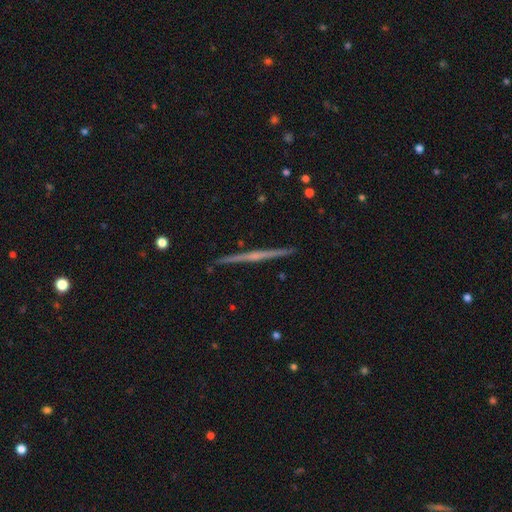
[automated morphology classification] A featured or disk galaxy (75%) viewed edge-on (99%) with no central bulge (57%).

Vote fractions:
- Smooth or featured? featured or disk: 75% / smooth: 20% / star or artifact: 6%
- Edge-on disk? yes: 99% / no: 1%
- Edge-on bulge? none: 57% / rounded: 35% / boxy: 8%
- Merging? none: 93% / minor disturbance: 5% / major disturbance: 1% / merger: 1%